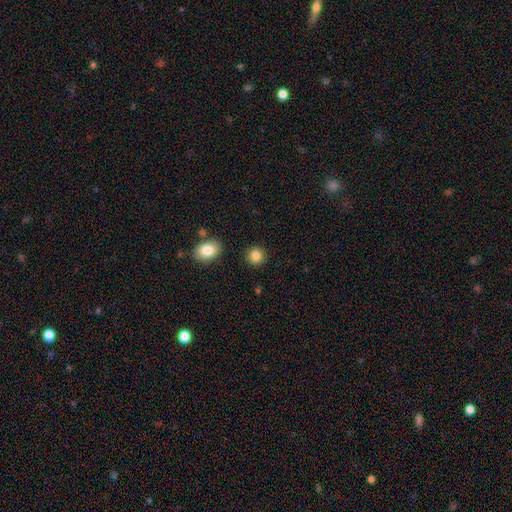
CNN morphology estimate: Smooth or featured?
  - smooth: 86% *
  - star or artifact: 10%
  - featured or disk: 5%
How rounded?
  - round: 87% *
  - in between: 12%
  - cigar-shaped: 1%
Merging?
  - none: 90% *
  - minor disturbance: 6%
  - merger: 2%
  - major disturbance: 2%